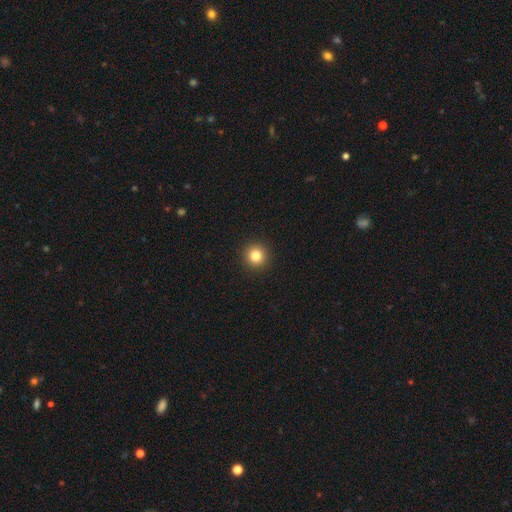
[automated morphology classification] smooth-or-featured: smooth: 82% | star or artifact: 12% | featured or disk: 6%
  how-rounded: round: 95% | in between: 4% | cigar-shaped: 1%
  merging: none: 93% | minor disturbance: 4% | major disturbance: 2% | merger: 1%